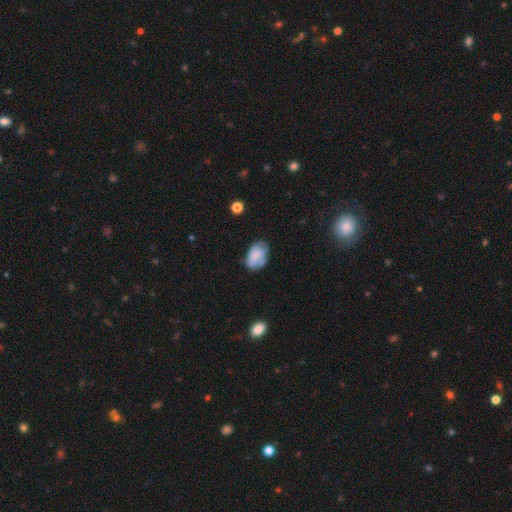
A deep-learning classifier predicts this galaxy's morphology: A smooth galaxy with no disk features (67%) that is in between round and cigar-shaped (87%).

Vote fractions:
- Smooth or featured? smooth: 67% / featured or disk: 25% / star or artifact: 8%
- How rounded? in between: 87% / round: 11% / cigar-shaped: 1%
- Merging? none: 52% / minor disturbance: 30% / major disturbance: 11% / merger: 6%